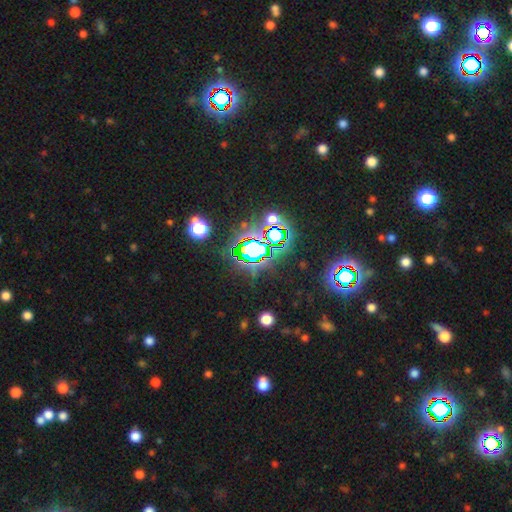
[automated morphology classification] smooth-or-featured: star or artifact: 73% | smooth: 15% | featured or disk: 12%